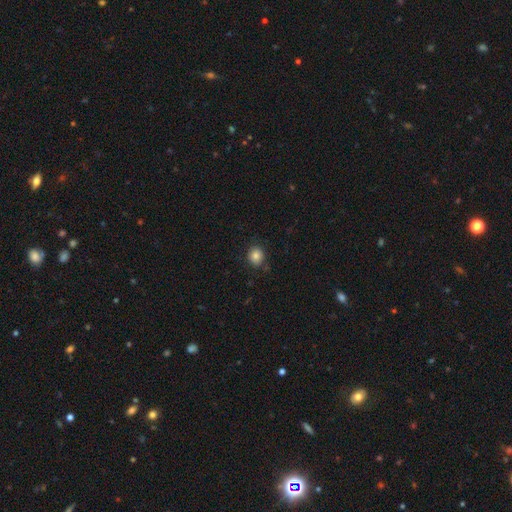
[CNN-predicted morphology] smooth 84%, star or artifact 10%, featured or disk 5%. Down the decision tree: how rounded — round (76%); merging — none (84%).